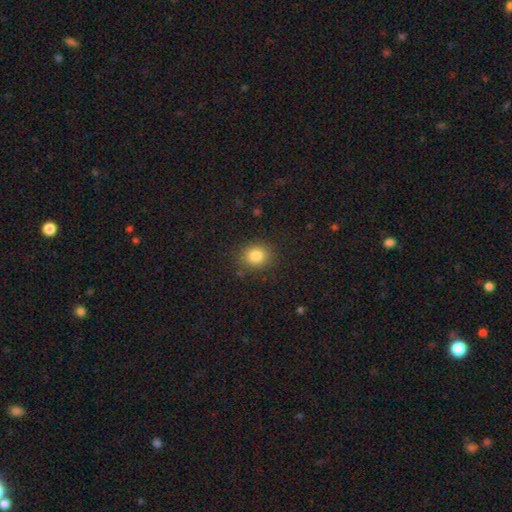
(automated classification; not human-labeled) smooth-or-featured: smooth: 83% | star or artifact: 11% | featured or disk: 6%
  how-rounded: round: 69% | in between: 30% | cigar-shaped: 1%
  merging: none: 85% | minor disturbance: 10% | major disturbance: 3% | merger: 2%